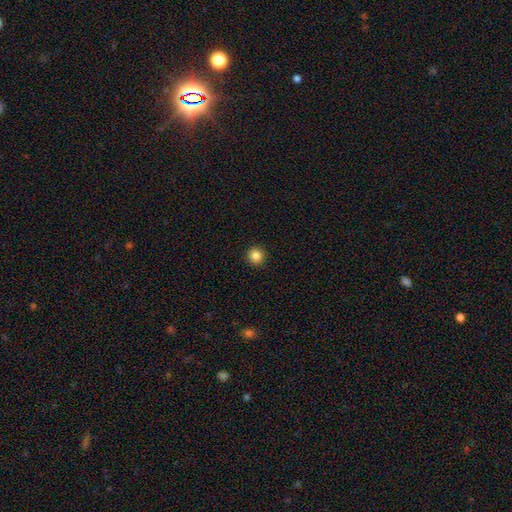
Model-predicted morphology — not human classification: Smooth or featured: smooth — 85% (star or artifact — 11%)
How rounded: round — 95% (in between — 4%)
Merging: none — 94% (minor disturbance — 4%)